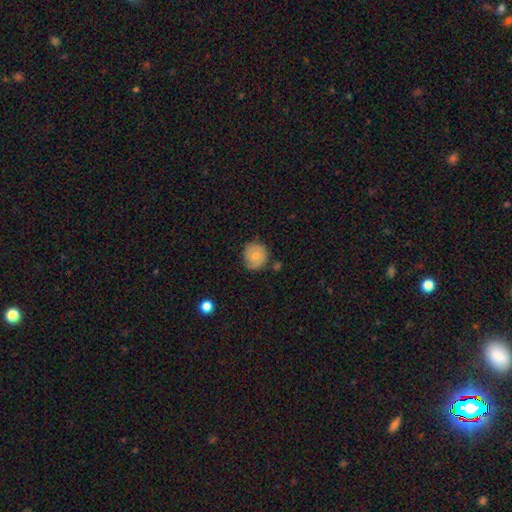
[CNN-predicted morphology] Smooth or featured?
  - smooth: 61% *
  - featured or disk: 31%
  - star or artifact: 8%
How rounded?
  - round: 86% *
  - in between: 13%
  - cigar-shaped: 1%
Merging?
  - none: 71% *
  - minor disturbance: 21%
  - major disturbance: 4%
  - merger: 3%